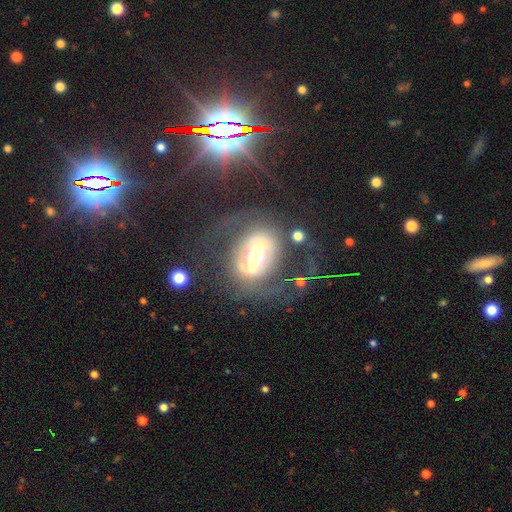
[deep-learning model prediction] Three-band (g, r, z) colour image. It shows a featured or disk galaxy (80%) with a strong bar (69%), spiral arms (61%) and a moderate central bulge (52%). Merging: none (58%).